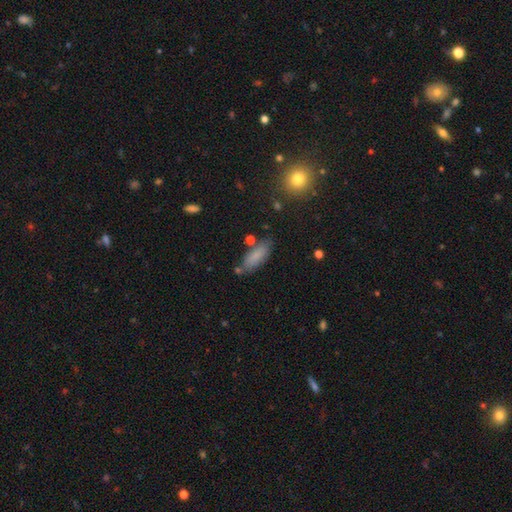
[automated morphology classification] Overall: smooth (81%). How rounded: in between (63%; cigar-shaped 35%). Merging: none (73%).